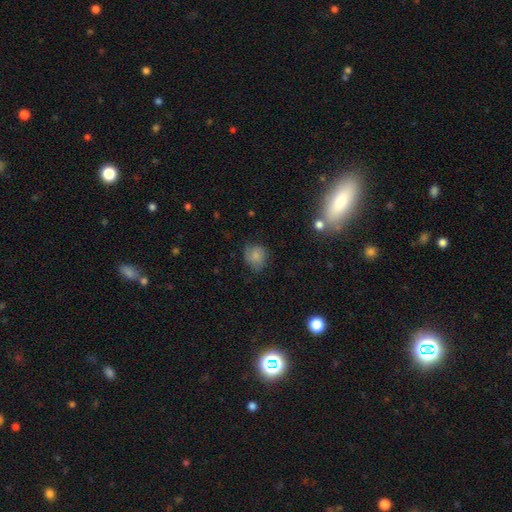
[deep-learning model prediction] Overall: smooth (78%). How rounded: round (72%). Merging: none (63%; minor disturbance 27%).